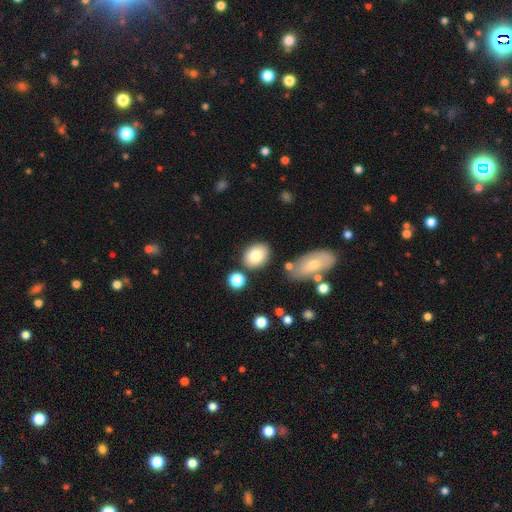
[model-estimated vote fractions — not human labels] A smooth galaxy with no disk features (81%) that is in between round and cigar-shaped (67%).

Vote fractions:
- Smooth or featured? smooth: 81% / featured or disk: 10% / star or artifact: 8%
- How rounded? in between: 67% / round: 32% / cigar-shaped: 1%
- Merging? none: 77% / minor disturbance: 12% / merger: 8% / major disturbance: 3%